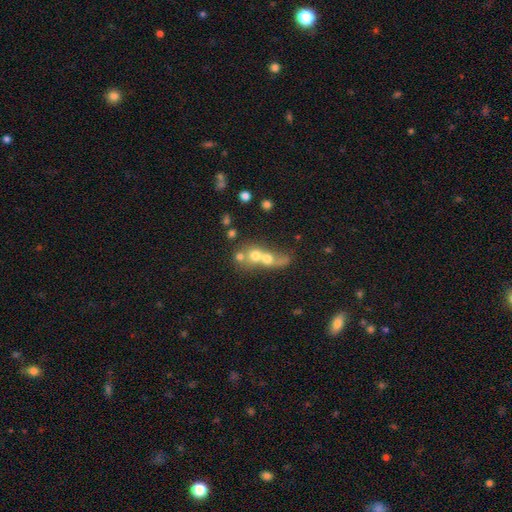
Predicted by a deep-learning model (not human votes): smooth-or-featured: smooth: 58% | featured or disk: 29% | star or artifact: 14%
  how-rounded: round: 69% | in between: 28% | cigar-shaped: 3%
  merging: merger: 71% | none: 18% | major disturbance: 7% | minor disturbance: 5%